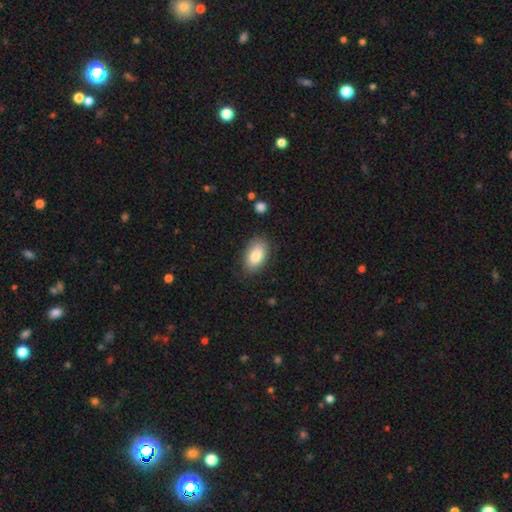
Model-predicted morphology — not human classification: This appears to be a smooth galaxy with no disk features (83%) that is in between round and cigar-shaped (93%). Merging: none (83%).